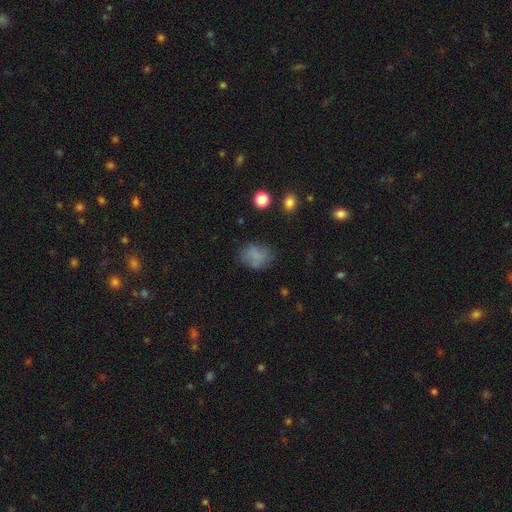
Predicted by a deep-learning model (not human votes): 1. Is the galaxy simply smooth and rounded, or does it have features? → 75% smooth, 13% featured or disk, 12% star or artifact.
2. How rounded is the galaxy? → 60% in between, 38% round, 1% cigar-shaped.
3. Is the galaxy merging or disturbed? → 67% none, 21% minor disturbance, 9% major disturbance, 3% merger.